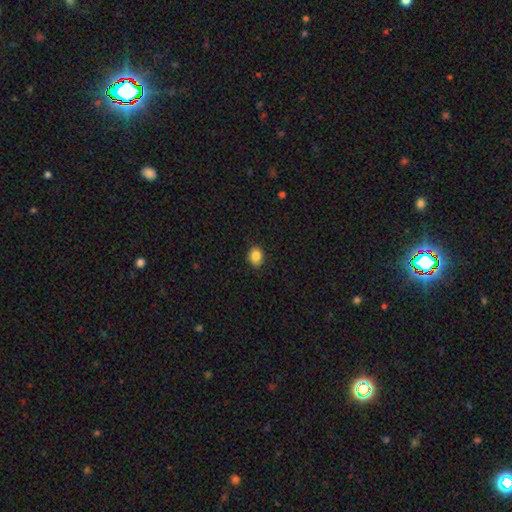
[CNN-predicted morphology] Smooth or featured?
  - smooth: 86% *
  - star or artifact: 10%
  - featured or disk: 5%
How rounded?
  - round: 59% *
  - in between: 41%
  - cigar-shaped: 1%
Merging?
  - none: 85% *
  - minor disturbance: 12%
  - major disturbance: 2%
  - merger: 1%